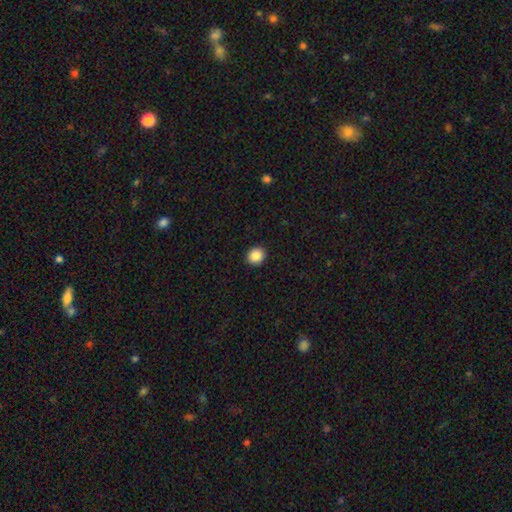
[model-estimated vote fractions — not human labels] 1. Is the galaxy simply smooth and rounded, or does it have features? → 86% smooth, 9% star or artifact, 5% featured or disk.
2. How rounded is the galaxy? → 81% round, 19% in between, 1% cigar-shaped.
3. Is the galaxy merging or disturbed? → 92% none, 5% minor disturbance, 2% major disturbance, 1% merger.